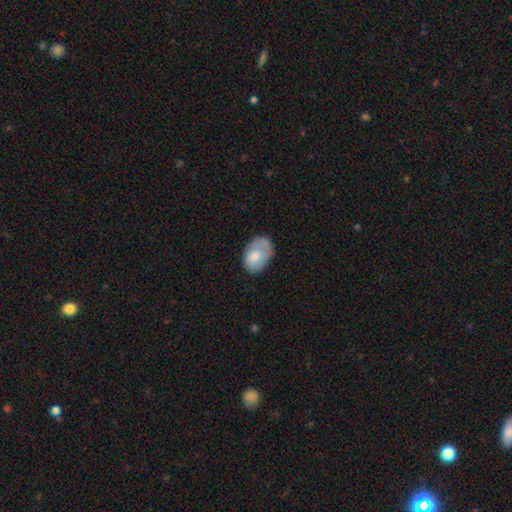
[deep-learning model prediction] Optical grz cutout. It shows a smooth galaxy with no disk features (75%) that is in between round and cigar-shaped (87%). Merging: none (54%).